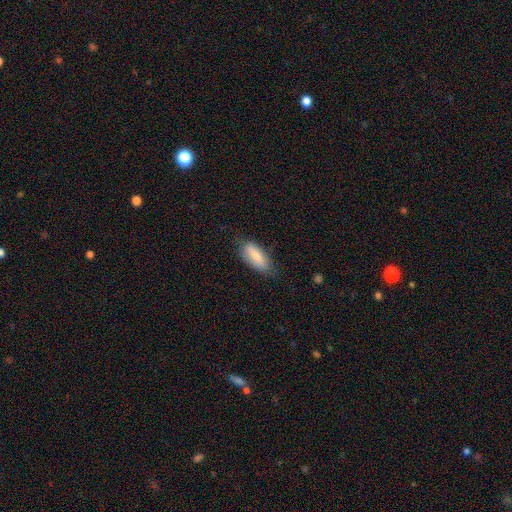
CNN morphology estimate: Smooth or featured? Predicted: smooth (p=0.81). How rounded? Predicted: in between (p=0.81). Merging? Predicted: none (p=0.72).